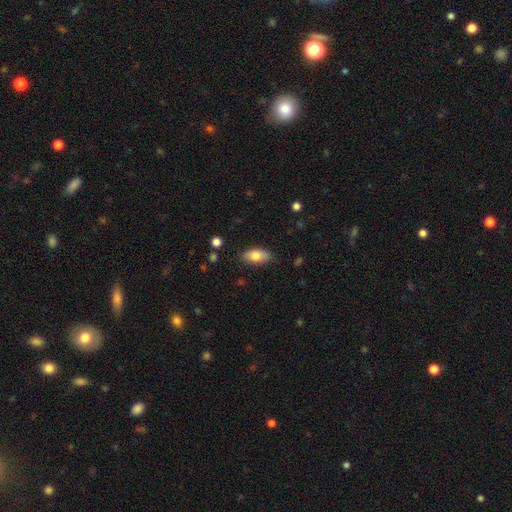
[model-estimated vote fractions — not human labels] Overall: smooth (78%). How rounded: in between (90%). Merging: none (84%).